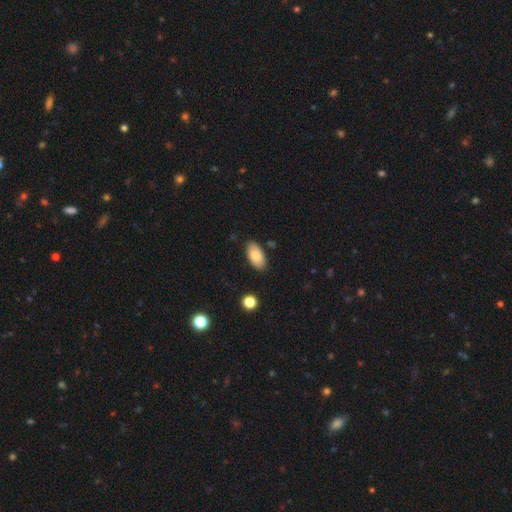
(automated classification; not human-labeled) This is clearly a smooth galaxy (83%). How rounded: clearly in between (94%). Merging: clearly none (85%).